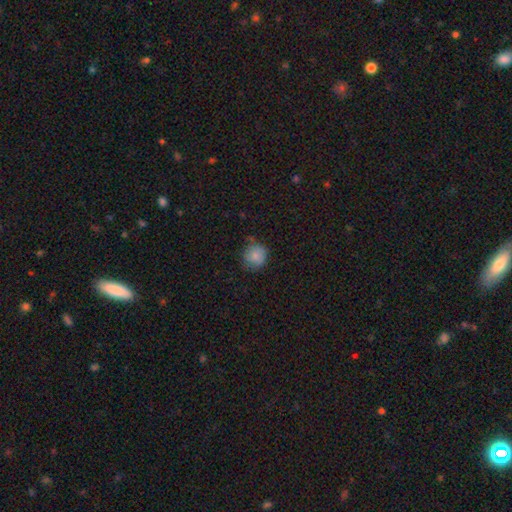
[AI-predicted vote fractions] A smooth galaxy with no disk features (83%) that is round (88%).

Vote fractions:
- Smooth or featured? smooth: 83% / star or artifact: 9% / featured or disk: 8%
- How rounded? round: 88% / in between: 11% / cigar-shaped: 1%
- Merging? none: 72% / minor disturbance: 21% / major disturbance: 5% / merger: 2%